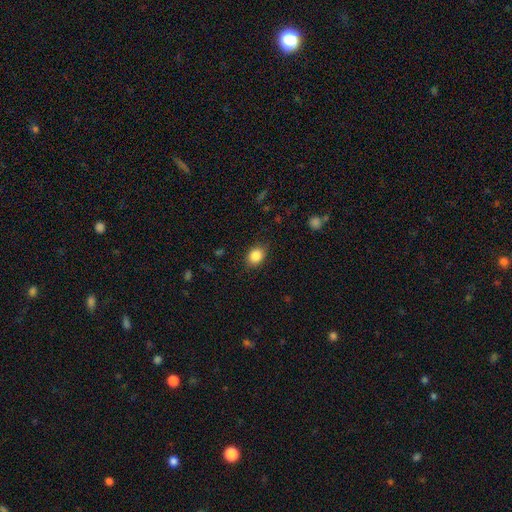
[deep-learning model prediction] This is clearly a smooth galaxy (86%). How rounded: possibly in between (55%). Merging: clearly none (85%).